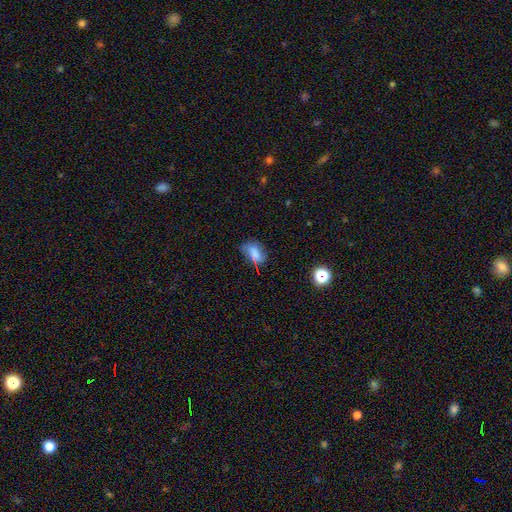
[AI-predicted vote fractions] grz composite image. It shows a smooth galaxy with no disk features (71%) that is in between round and cigar-shaped (84%). Merging: none (53%).